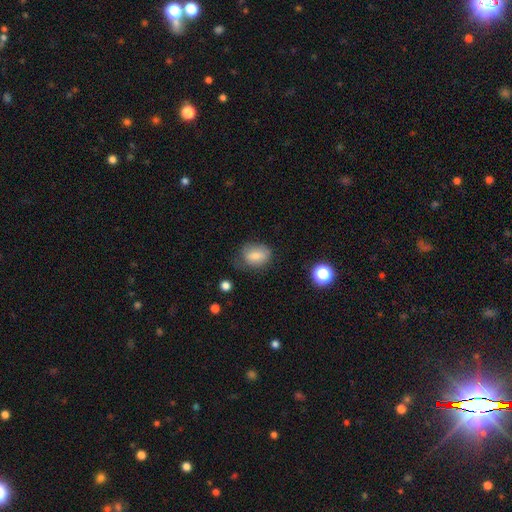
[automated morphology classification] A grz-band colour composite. It shows a smooth galaxy with no disk features (75%) that is in between round and cigar-shaped (64%). Merging: none (52%).